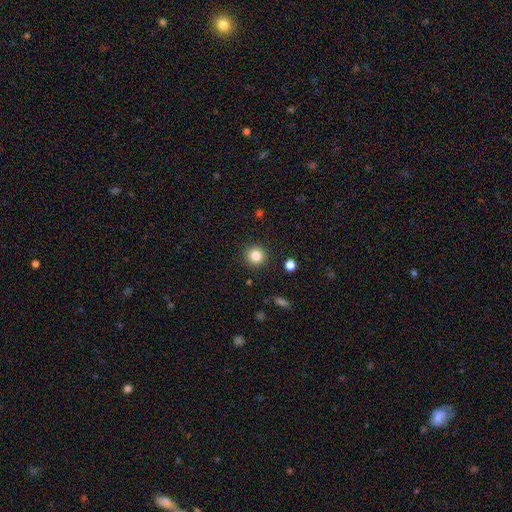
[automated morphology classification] Overall: smooth (83%). How rounded: round (94%). Merging: none (91%).